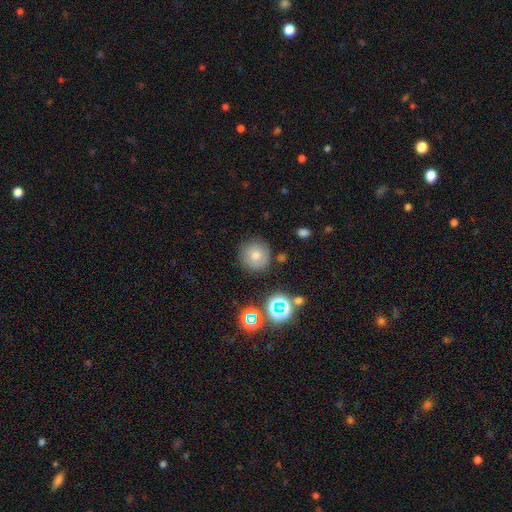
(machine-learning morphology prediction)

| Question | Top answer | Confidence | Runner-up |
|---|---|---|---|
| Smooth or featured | smooth | 73% | star or artifact (15%) |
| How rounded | round | 93% | in between (6%) |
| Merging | none | 83% | minor disturbance (11%) |